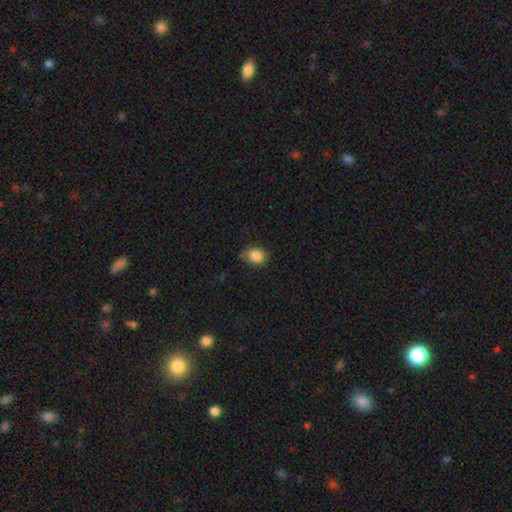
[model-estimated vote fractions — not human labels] Overall: smooth (86%). How rounded: round (54%; in between 45%). Merging: none (72%).